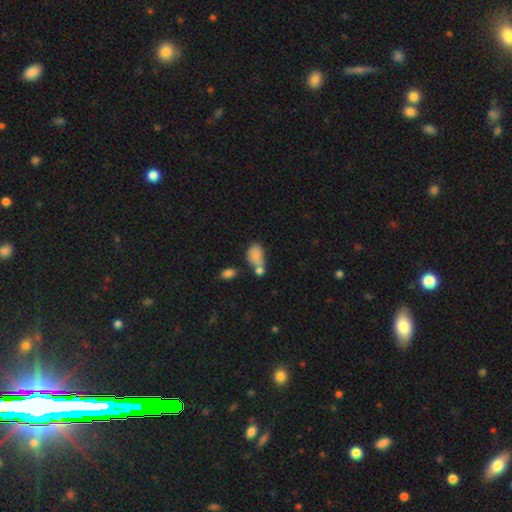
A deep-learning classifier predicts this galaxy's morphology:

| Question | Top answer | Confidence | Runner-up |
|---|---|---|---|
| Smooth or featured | smooth | 79% | featured or disk (12%) |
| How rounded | in between | 85% | round (13%) |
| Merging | merger | 42% | none (31%) |